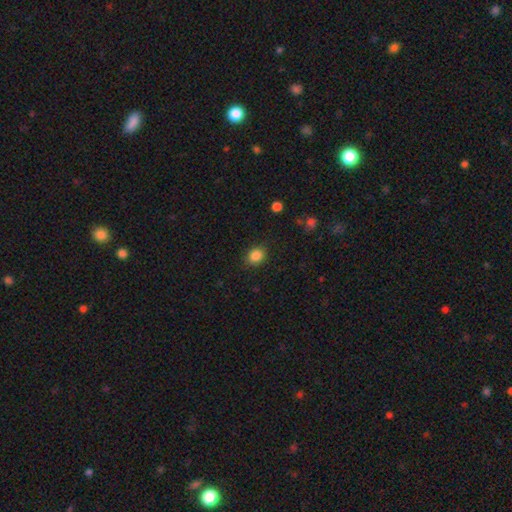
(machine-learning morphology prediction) smooth 85%, star or artifact 10%, featured or disk 5%. Down the decision tree: how rounded — round (56%); merging — none (87%).